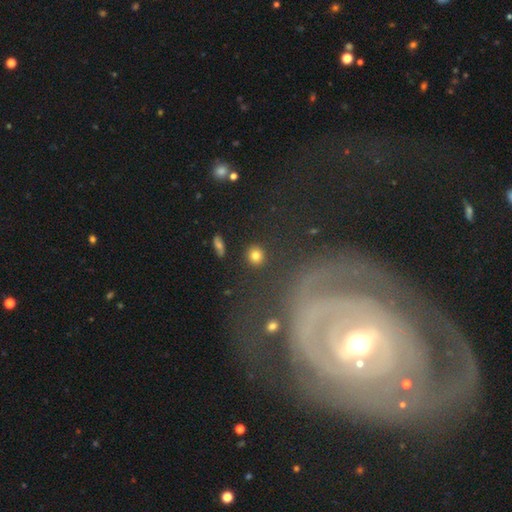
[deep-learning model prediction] Morphology: type=smooth (81%); roundness=round (90%); merging=none (90%).